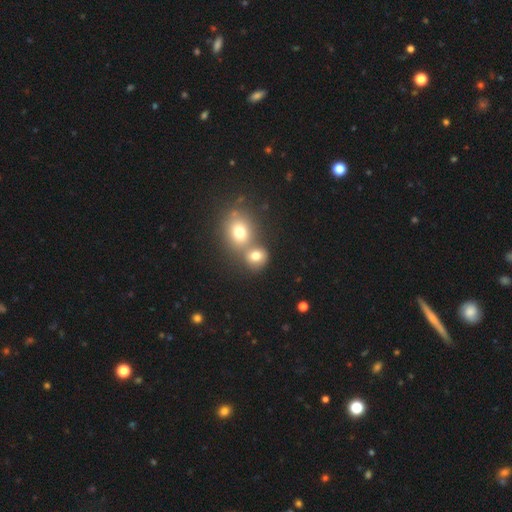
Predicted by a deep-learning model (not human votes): Overall: smooth (74%). How rounded: round (76%). Merging: merger (45%; none 44%).